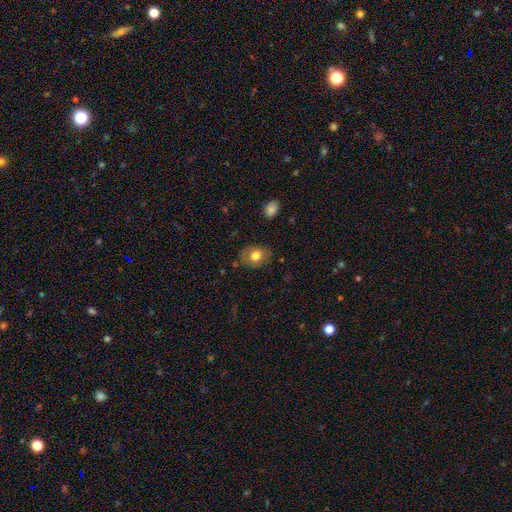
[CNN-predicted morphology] Q: Smooth or featured?
A: smooth (72%); runner-up: featured or disk (20%)
Q: How rounded?
A: in between (55%); runner-up: round (44%)
Q: Merging?
A: none (79%); runner-up: minor disturbance (16%)